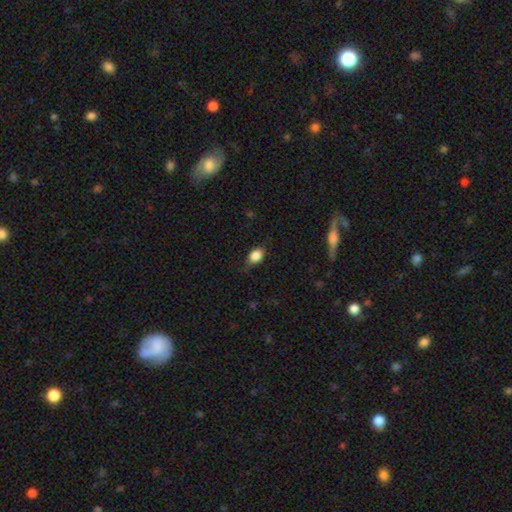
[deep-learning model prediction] The model was most divided on "how rounded": in between: 69%, round: 29%, cigar-shaped: 2%. More confident: smooth or featured — smooth (84%); merging — none (71%).